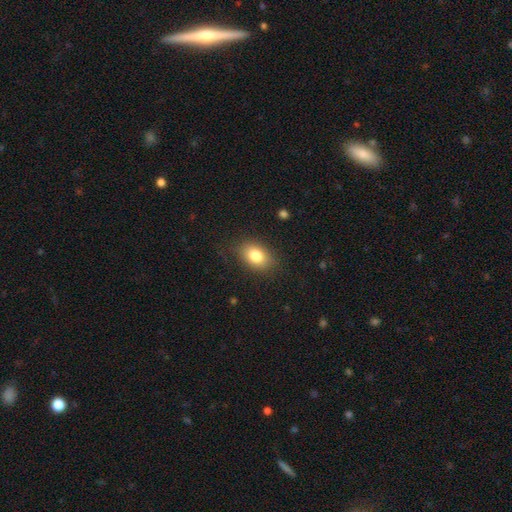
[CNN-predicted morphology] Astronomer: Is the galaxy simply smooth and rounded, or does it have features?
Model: smooth — 82%.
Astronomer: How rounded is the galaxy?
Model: in between — 80%.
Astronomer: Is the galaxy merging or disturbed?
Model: none — 82%.